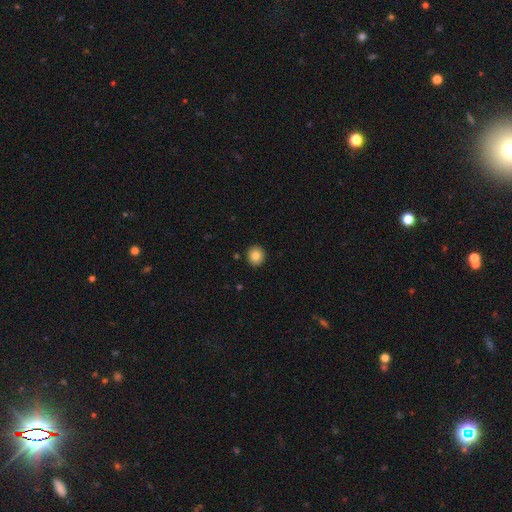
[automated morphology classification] Smooth or featured?
  - smooth: 83% *
  - star or artifact: 9%
  - featured or disk: 8%
How rounded?
  - round: 91% *
  - in between: 8%
  - cigar-shaped: 1%
Merging?
  - none: 92% *
  - minor disturbance: 5%
  - major disturbance: 1%
  - merger: 1%